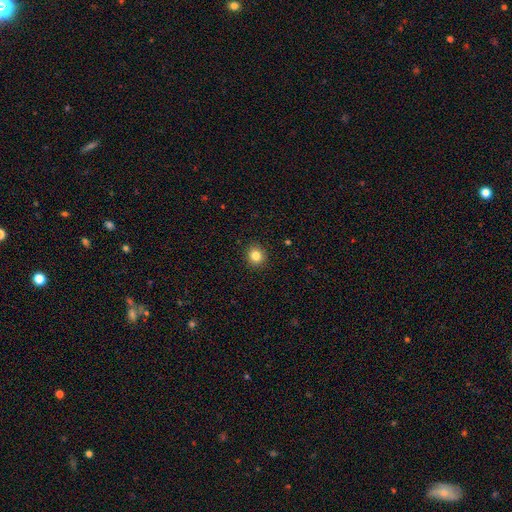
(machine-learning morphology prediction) This is clearly a smooth galaxy (84%). How rounded: clearly round (90%). Merging: clearly none (92%).